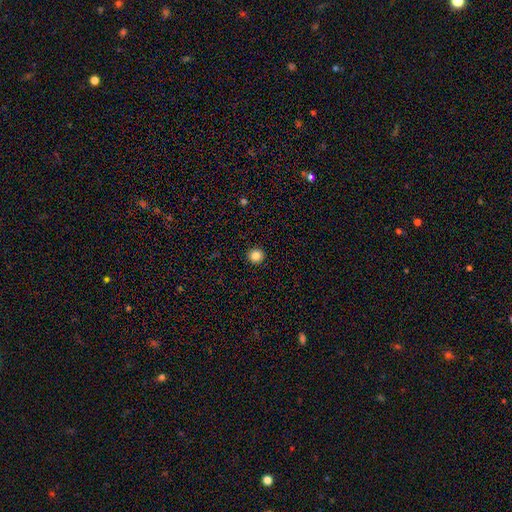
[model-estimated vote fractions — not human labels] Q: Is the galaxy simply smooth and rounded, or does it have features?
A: smooth — 85%.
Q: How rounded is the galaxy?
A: round — 95%.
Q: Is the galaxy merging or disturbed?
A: none — 94%.